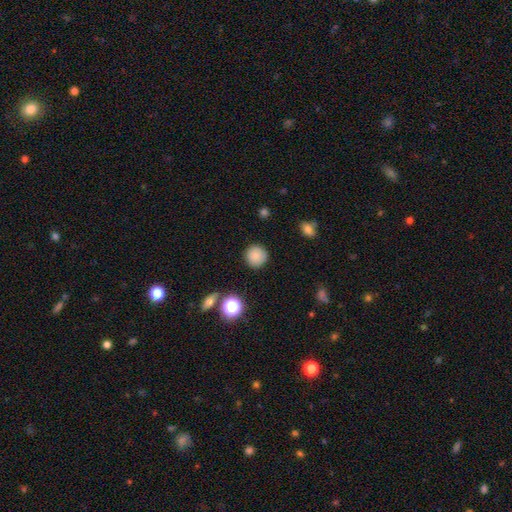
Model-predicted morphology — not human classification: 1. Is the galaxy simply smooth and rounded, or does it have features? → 84% smooth, 11% star or artifact, 6% featured or disk.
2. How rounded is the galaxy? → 94% round, 5% in between, 1% cigar-shaped.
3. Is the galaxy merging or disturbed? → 89% none, 7% minor disturbance, 2% major disturbance, 1% merger.